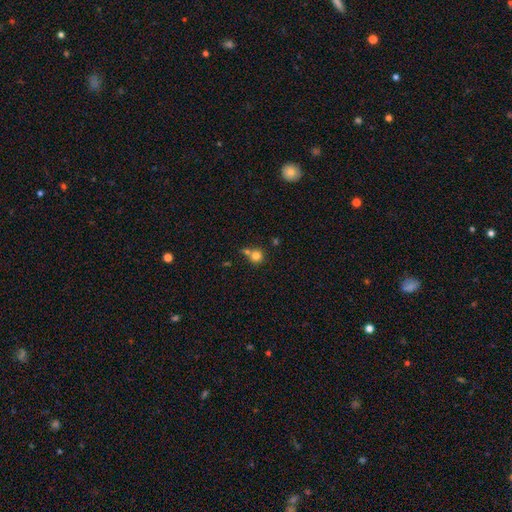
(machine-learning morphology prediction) Smooth or featured: smooth — 79% (star or artifact — 12%)
How rounded: round — 90% (in between — 9%)
Merging: none — 52% (merger — 34%)